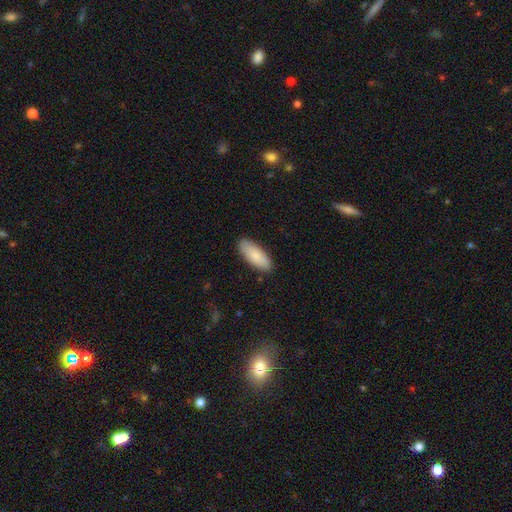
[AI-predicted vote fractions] A smooth galaxy with no disk features (84%) that is in between round and cigar-shaped (81%). Merging: none (87%).